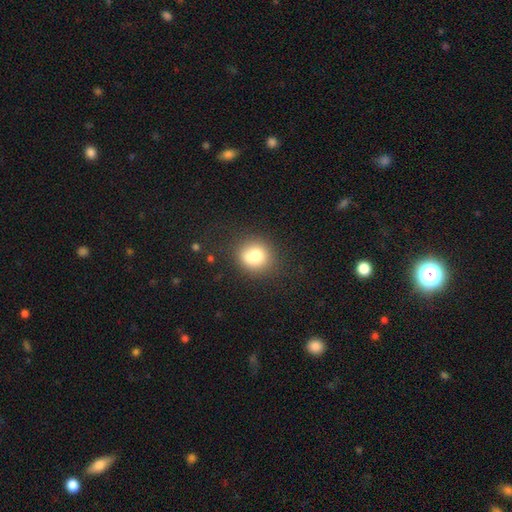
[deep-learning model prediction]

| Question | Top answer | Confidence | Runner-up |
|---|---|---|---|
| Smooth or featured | smooth | 76% | featured or disk (13%) |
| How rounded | round | 81% | in between (18%) |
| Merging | none | 68% | minor disturbance (15%) |